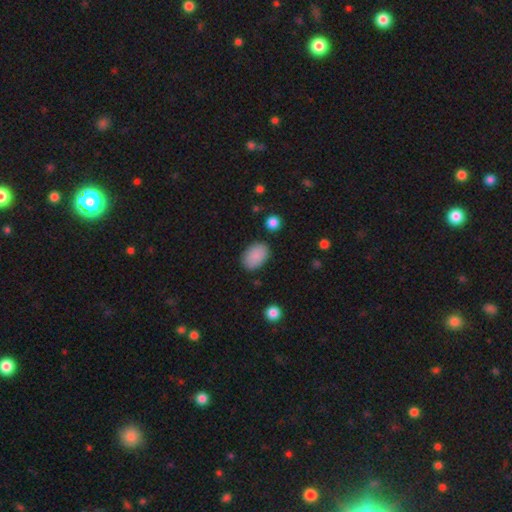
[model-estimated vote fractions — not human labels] Morphology: type=smooth (89%); roundness=in between (88%); merging=none (83%).